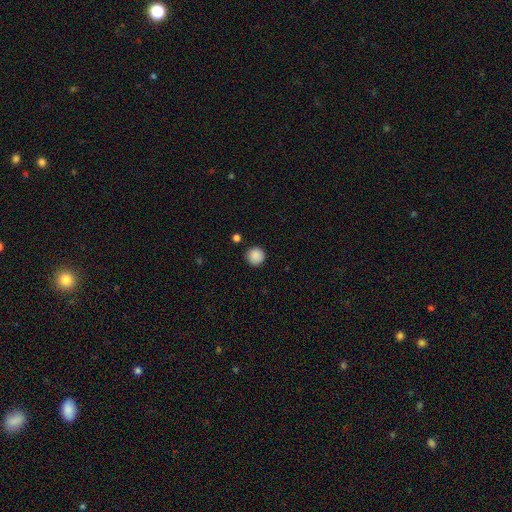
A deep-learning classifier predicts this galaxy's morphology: Smooth or featured?
  - smooth: 88% *
  - star or artifact: 9%
  - featured or disk: 3%
How rounded?
  - round: 96% *
  - in between: 3%
  - cigar-shaped: 1%
Merging?
  - none: 90% *
  - minor disturbance: 6%
  - merger: 2%
  - major disturbance: 2%